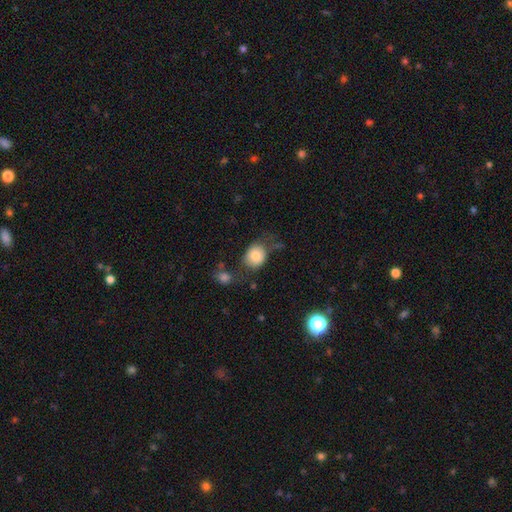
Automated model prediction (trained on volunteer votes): Q: Smooth or featured?
A: smooth (80%); runner-up: featured or disk (12%)
Q: How rounded?
A: round (63%); runner-up: in between (36%)
Q: Merging?
A: none (56%); runner-up: minor disturbance (23%)